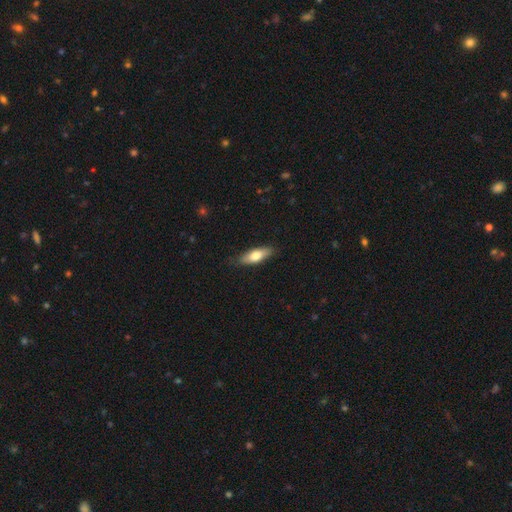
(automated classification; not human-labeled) Smooth or featured? smooth (71%)
How rounded? in between (61%)
Merging? none (81%)